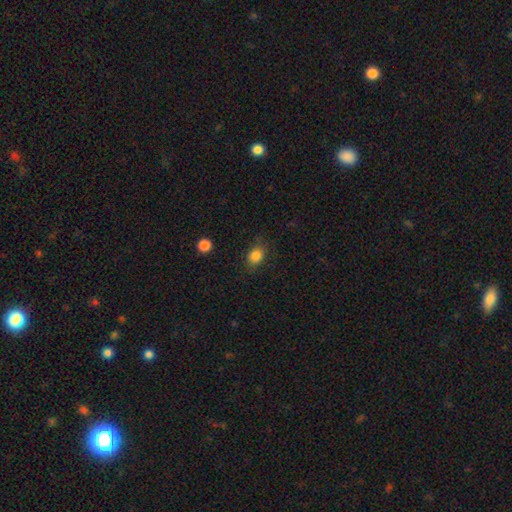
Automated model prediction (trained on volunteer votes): Q: Smooth or featured?
A: smooth (84%); runner-up: star or artifact (10%)
Q: How rounded?
A: in between (58%); runner-up: round (40%)
Q: Merging?
A: none (79%); runner-up: minor disturbance (15%)